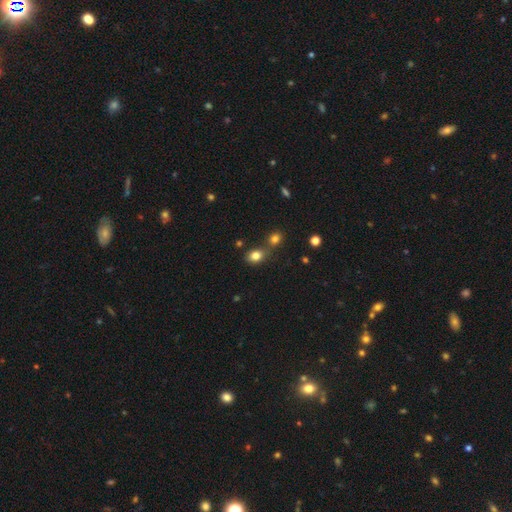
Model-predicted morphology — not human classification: smooth 81%, star or artifact 12%, featured or disk 7%. Down the decision tree: how rounded — in between (62%); merging — none (59%).